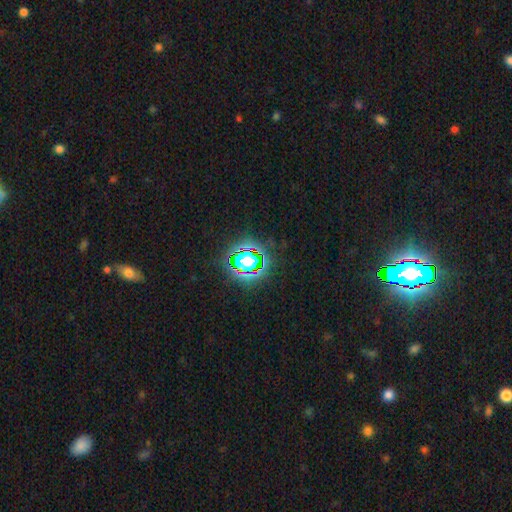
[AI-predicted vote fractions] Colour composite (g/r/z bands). It shows a star or artifact, not a galaxy (81%).